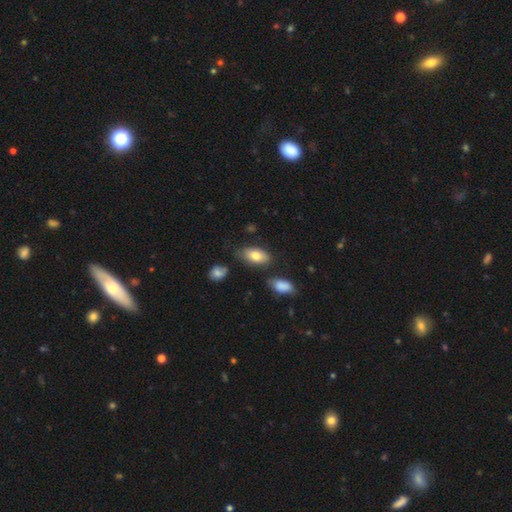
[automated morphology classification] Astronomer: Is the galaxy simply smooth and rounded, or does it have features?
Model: smooth — 79%.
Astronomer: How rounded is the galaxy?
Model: in between — 93%.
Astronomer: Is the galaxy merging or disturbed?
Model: none — 72%.